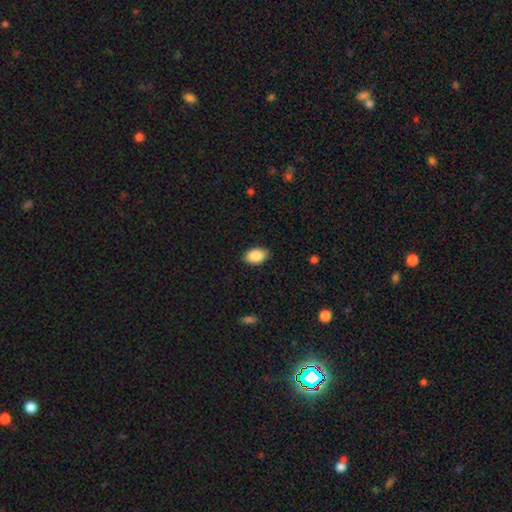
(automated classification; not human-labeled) Smooth or featured: smooth — 87% (star or artifact — 7%)
How rounded: in between — 89% (round — 9%)
Merging: none — 87% (minor disturbance — 10%)